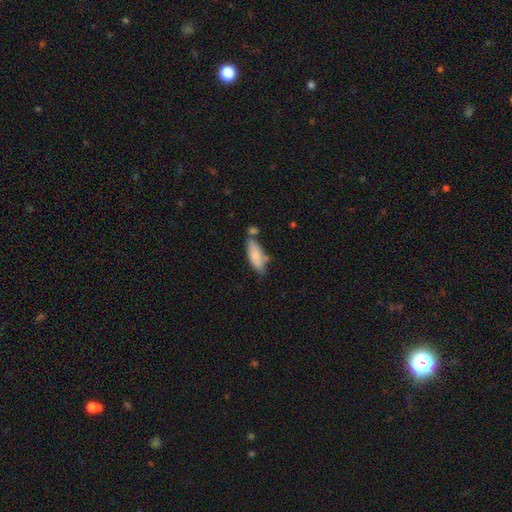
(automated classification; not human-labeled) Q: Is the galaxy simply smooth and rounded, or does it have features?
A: smooth — 77%.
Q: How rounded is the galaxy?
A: in between — 72%.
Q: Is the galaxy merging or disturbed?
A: none — 50%.